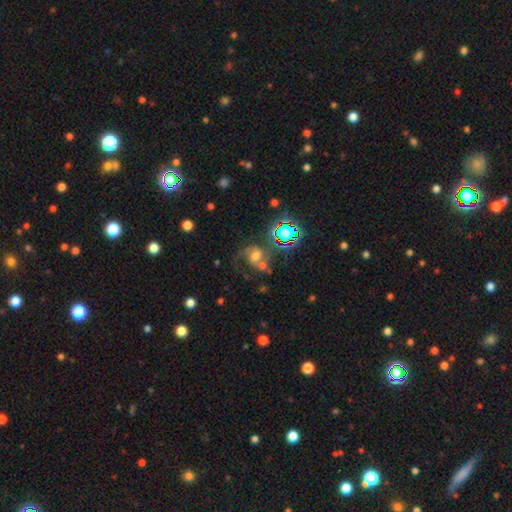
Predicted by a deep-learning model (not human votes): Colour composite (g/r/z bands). It shows a featured or disk galaxy (54%) with no bar (58%), spiral arms (85%) and a moderate central bulge (47%). Merging: none (39%).